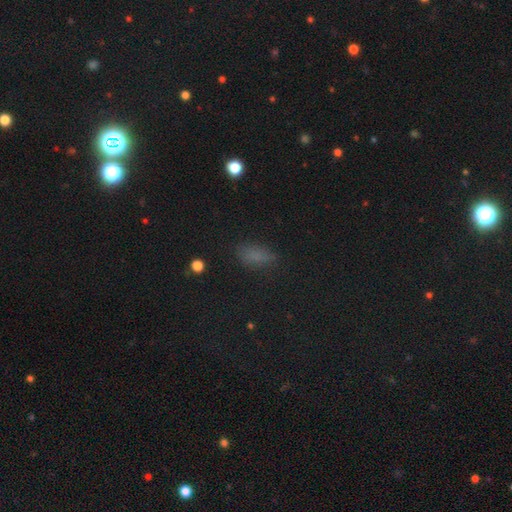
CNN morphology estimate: A smooth galaxy with no disk features (73%) that is in between round and cigar-shaped (83%). Merging: none (73%).